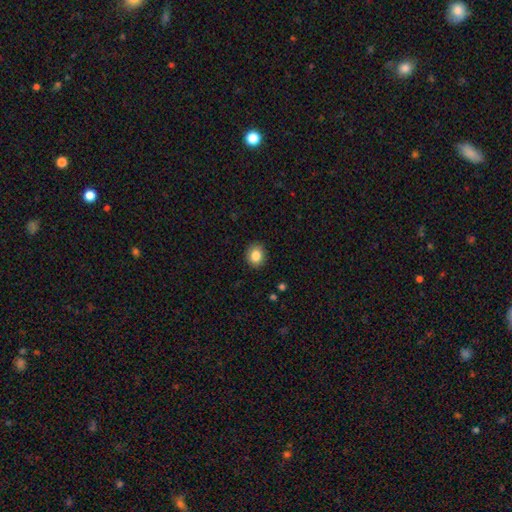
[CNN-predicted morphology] Overall: smooth (85%). How rounded: round (72%). Merging: none (90%).